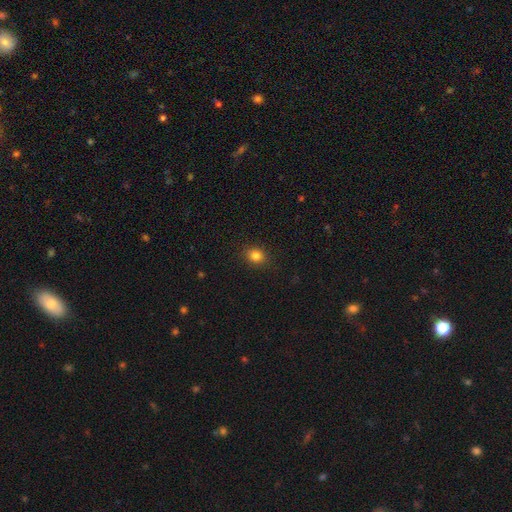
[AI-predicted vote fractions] Smooth or featured? Predicted: smooth (p=0.84). How rounded? Predicted: round (p=0.69). Merging? Predicted: none (p=0.89).